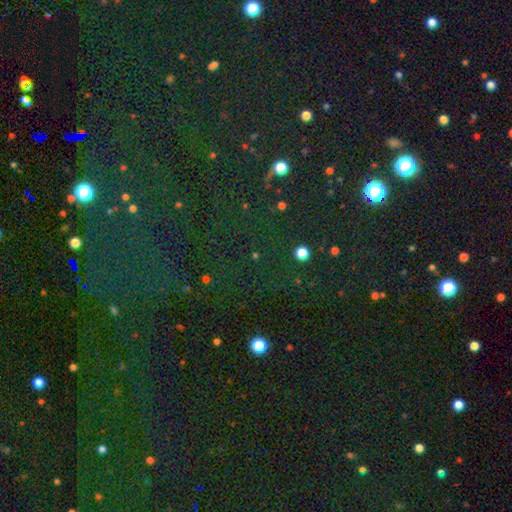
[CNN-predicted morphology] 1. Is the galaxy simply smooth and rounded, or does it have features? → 67% star or artifact, 24% smooth, 9% featured or disk.